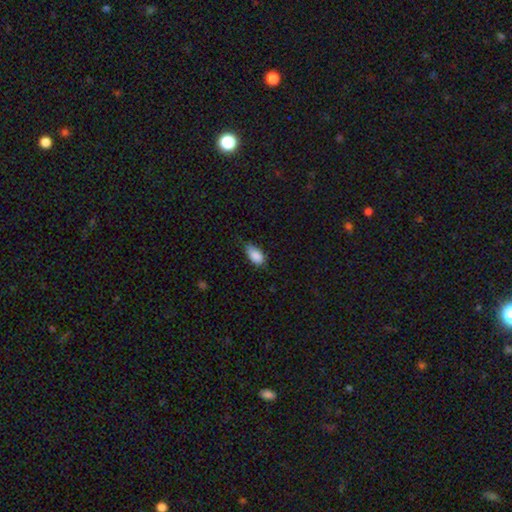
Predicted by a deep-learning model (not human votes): smooth 88%, star or artifact 7%, featured or disk 5%. Down the decision tree: how rounded — in between (92%); merging — none (59%).